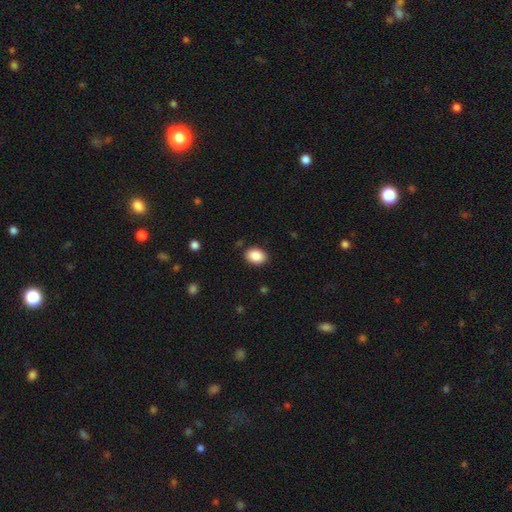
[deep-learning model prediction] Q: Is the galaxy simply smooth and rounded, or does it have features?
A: smooth — 89%.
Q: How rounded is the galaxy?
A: in between — 78%.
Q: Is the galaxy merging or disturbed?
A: none — 87%.